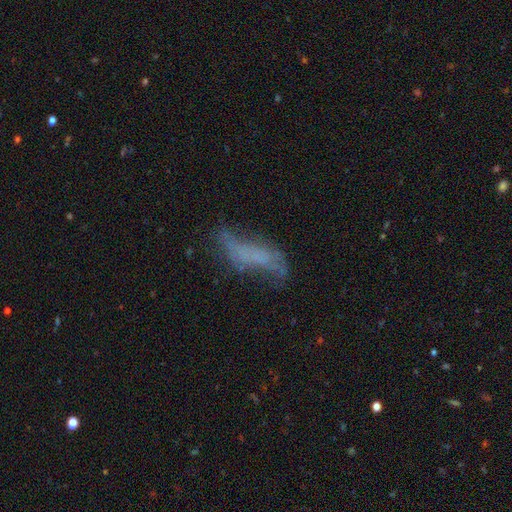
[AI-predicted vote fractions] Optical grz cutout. It shows a featured or disk galaxy (49%). Merging: none (48%).